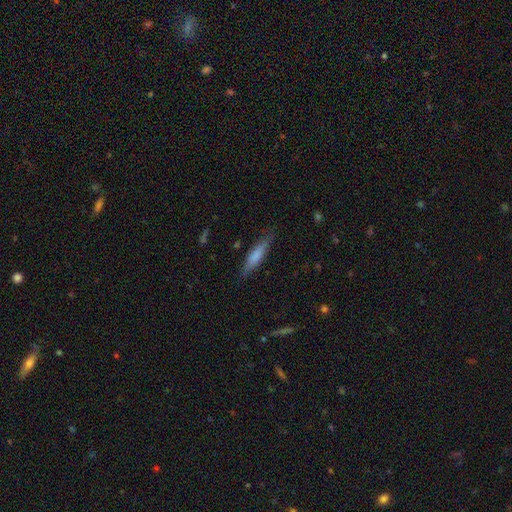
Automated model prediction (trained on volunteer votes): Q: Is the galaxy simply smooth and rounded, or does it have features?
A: smooth — 71%.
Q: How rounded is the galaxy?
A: cigar-shaped — 83%.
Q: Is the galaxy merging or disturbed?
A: none — 83%.